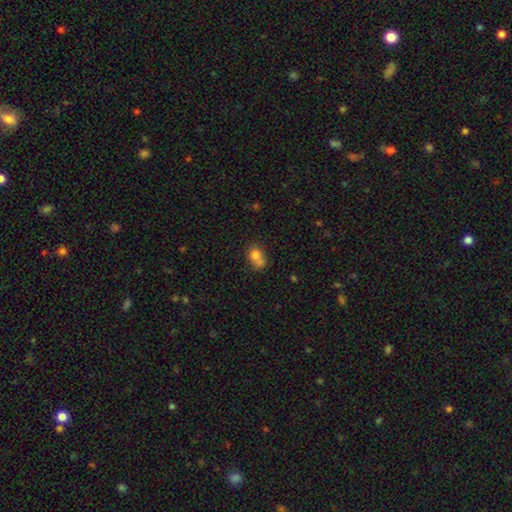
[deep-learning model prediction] Q: Smooth or featured?
A: smooth (75%); runner-up: featured or disk (14%)
Q: How rounded?
A: round (53%); runner-up: in between (46%)
Q: Merging?
A: merger (46%); runner-up: none (33%)